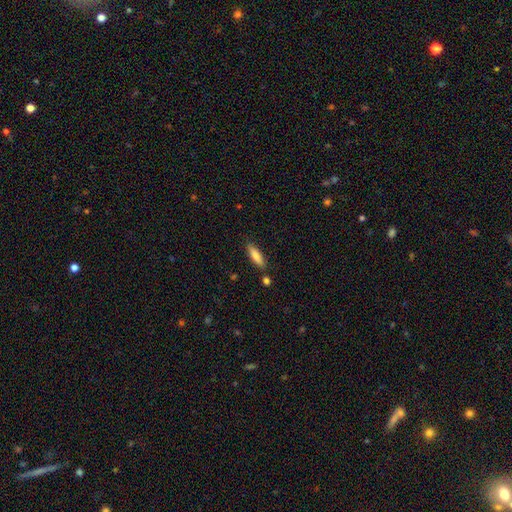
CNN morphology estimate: smooth_or_featured: smooth (p=0.76) [alt: featured or disk p=0.18]
how_rounded: cigar-shaped (p=0.59) [alt: in between p=0.39]
merging: none (p=0.83) [alt: minor disturbance p=0.11]